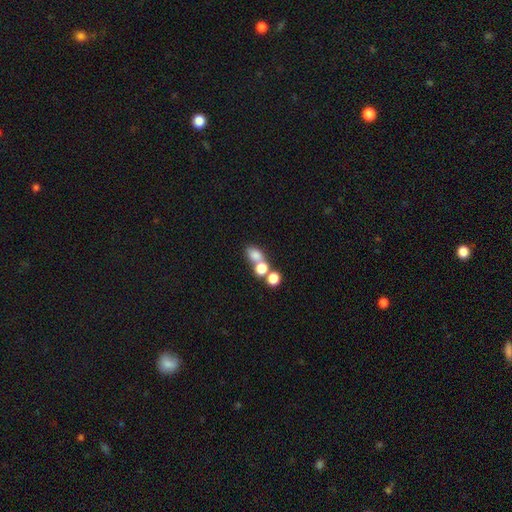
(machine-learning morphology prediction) Smooth or featured? smooth (74%)
How rounded? in between (60%)
Merging? merger (50%)